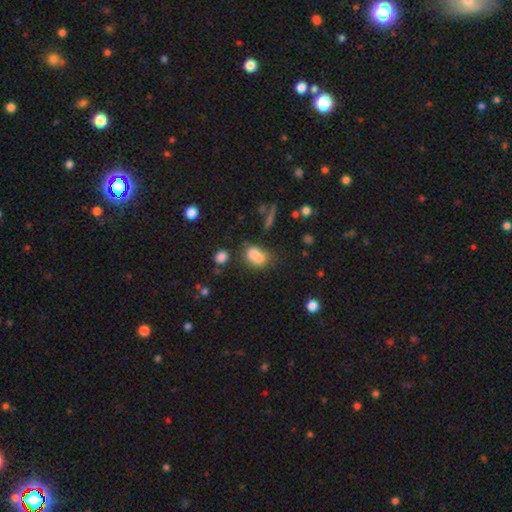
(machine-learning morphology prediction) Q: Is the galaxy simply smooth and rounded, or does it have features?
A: smooth — 77%.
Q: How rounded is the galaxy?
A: in between — 77%.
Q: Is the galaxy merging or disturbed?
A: none — 44%.